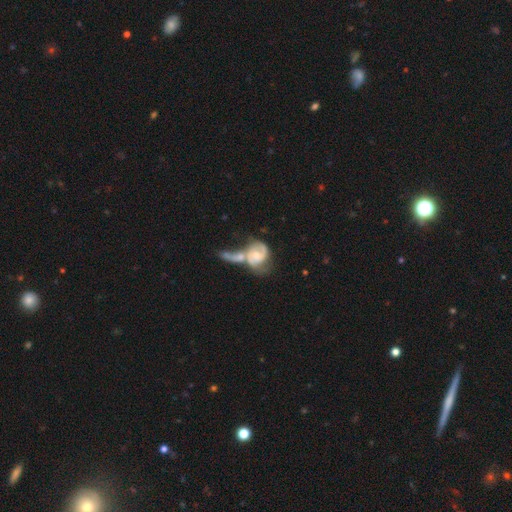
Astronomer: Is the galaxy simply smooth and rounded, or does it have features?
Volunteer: featured or disk — 76%.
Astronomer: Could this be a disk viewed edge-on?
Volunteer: no — 90%.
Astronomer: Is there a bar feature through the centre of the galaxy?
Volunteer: no — 88%.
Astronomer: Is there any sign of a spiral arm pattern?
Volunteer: yes — 58% (runner-up: no, 42%).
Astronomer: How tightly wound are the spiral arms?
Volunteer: medium — 47% (runner-up: tight, 27%).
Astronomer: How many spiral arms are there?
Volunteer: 2 — 60%.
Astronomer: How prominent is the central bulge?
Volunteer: small — 38% (runner-up: moderate, 35%).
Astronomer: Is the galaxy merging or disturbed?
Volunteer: merger — 53% (runner-up: major disturbance, 32%).